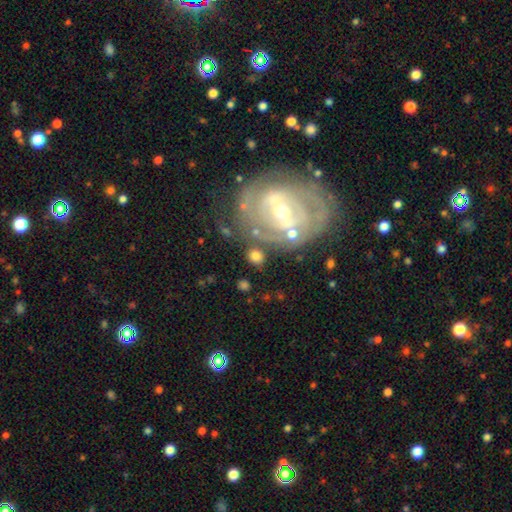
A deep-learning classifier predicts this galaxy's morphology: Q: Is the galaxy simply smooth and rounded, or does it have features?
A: smooth — 57%.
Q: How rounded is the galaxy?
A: round — 61%.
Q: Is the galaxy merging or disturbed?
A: none — 67%.